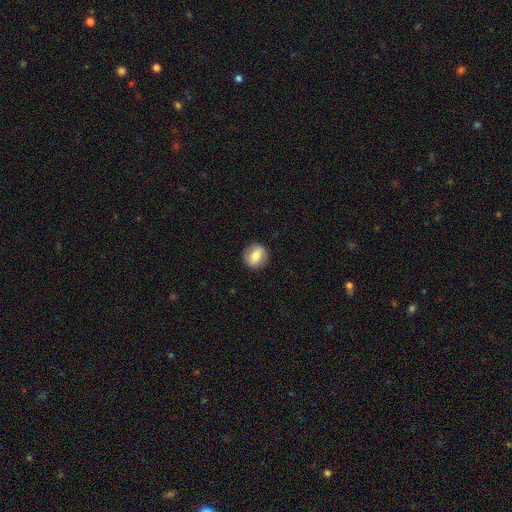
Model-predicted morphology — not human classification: Smooth or featured?
  - smooth: 70% *
  - featured or disk: 22%
  - star or artifact: 8%
How rounded?
  - round: 82% *
  - in between: 16%
  - cigar-shaped: 1%
Merging?
  - none: 88% *
  - minor disturbance: 9%
  - major disturbance: 3%
  - merger: 1%